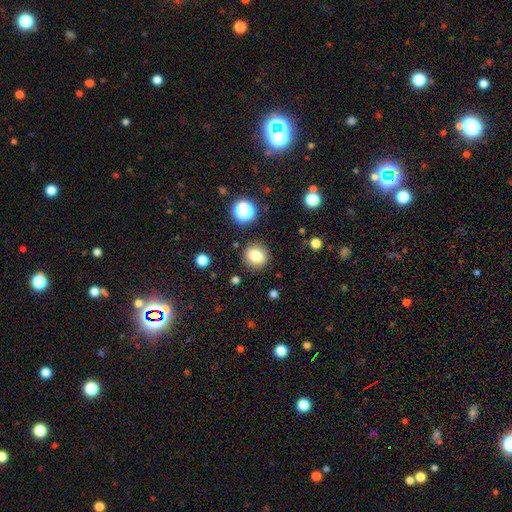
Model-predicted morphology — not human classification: A smooth galaxy with no disk features (79%) that is round (87%).

Vote fractions:
- Smooth or featured? smooth: 79% / star or artifact: 12% / featured or disk: 8%
- How rounded? round: 87% / in between: 12% / cigar-shaped: 1%
- Merging? none: 87% / minor disturbance: 8% / major disturbance: 3% / merger: 2%